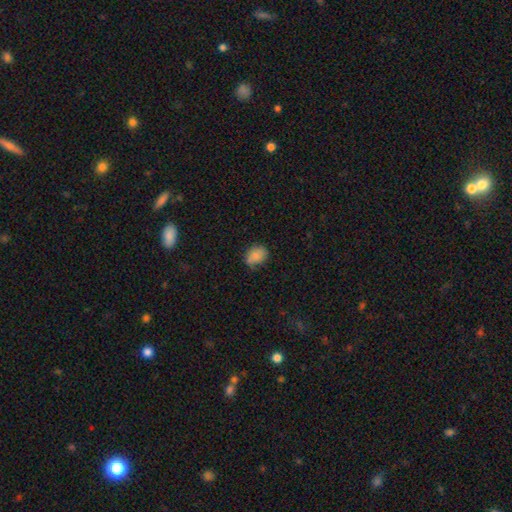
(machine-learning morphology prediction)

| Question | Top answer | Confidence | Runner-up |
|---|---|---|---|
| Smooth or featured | smooth | 82% | star or artifact (10%) |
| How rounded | in between | 62% | round (37%) |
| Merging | none | 63% | minor disturbance (28%) |